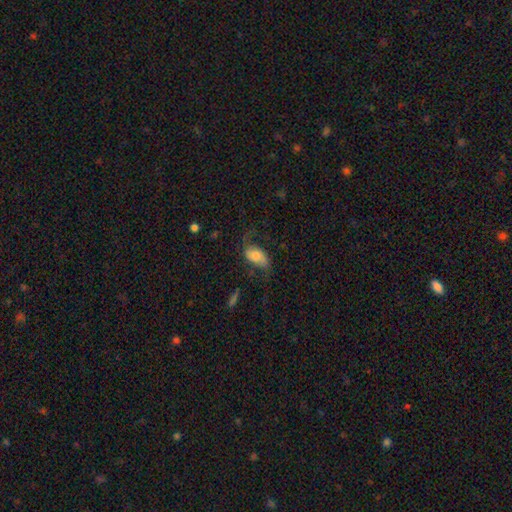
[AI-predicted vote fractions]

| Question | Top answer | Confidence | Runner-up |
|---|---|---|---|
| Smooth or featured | featured or disk | 49% | smooth (43%) |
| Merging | none | 54% | minor disturbance (22%) |